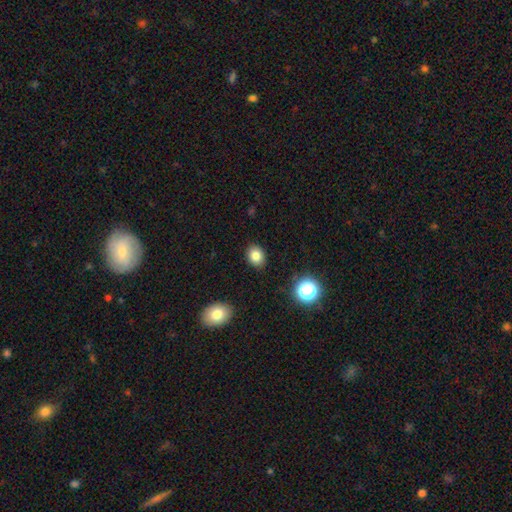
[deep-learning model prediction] A smooth galaxy with no disk features (82%) that is in between round and cigar-shaped (51%). Merging: none (89%).